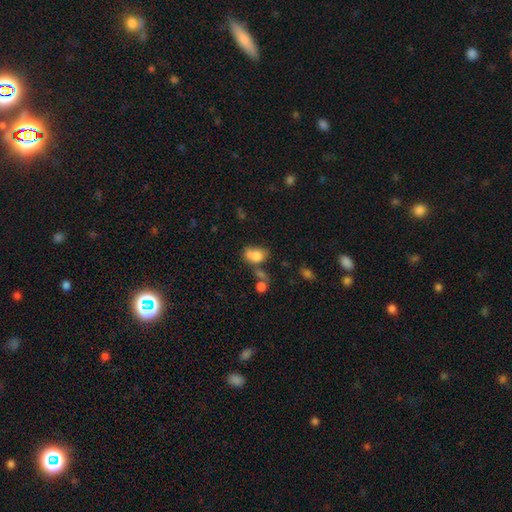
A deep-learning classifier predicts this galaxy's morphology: smooth 75%, featured or disk 14%, star or artifact 11%. Down the decision tree: how rounded — in between (67%); merging — merger (37%).